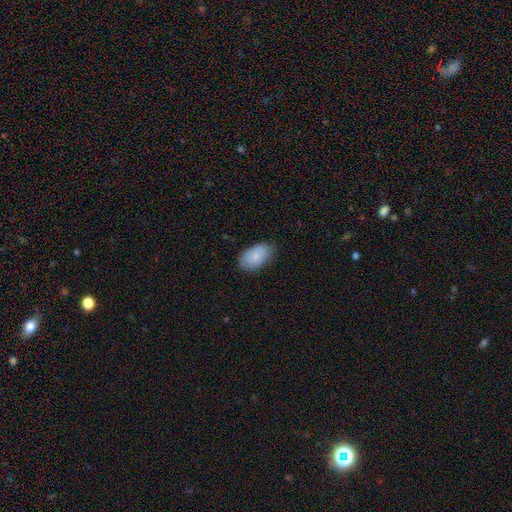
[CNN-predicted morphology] smooth_or_featured: smooth (p=0.85) [alt: featured or disk p=0.09]
how_rounded: in between (p=0.94) [alt: round p=0.05]
merging: none (p=0.77) [alt: minor disturbance p=0.19]